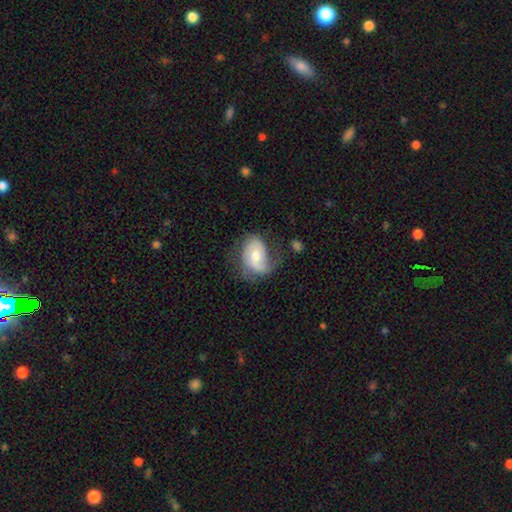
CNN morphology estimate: A featured or disk galaxy (62%) with no bar (65%), 2 (56%) medium (40%) spiral arms (84%) and a moderate central bulge (65%).

Vote fractions:
- Smooth or featured? featured or disk: 62% / smooth: 31% / star or artifact: 7%
- Edge-on disk? no: 96% / yes: 4%
- Bar? no: 65% / weak: 29% / strong: 7%
- Spiral arms? yes: 84% / no: 16%
- Spiral winding? medium: 40% / loose: 34% / tight: 25%
- Spiral arm count? 2: 56% / 1: 24% / can't tell: 14% / 3: 4% / 4: 1% / more than 4: 1%
- Bulge size? moderate: 65% / small: 26% / large: 6% / none: 1% / dominant: 1%
- Merging? none: 46% / minor disturbance: 29% / major disturbance: 23% / merger: 3%